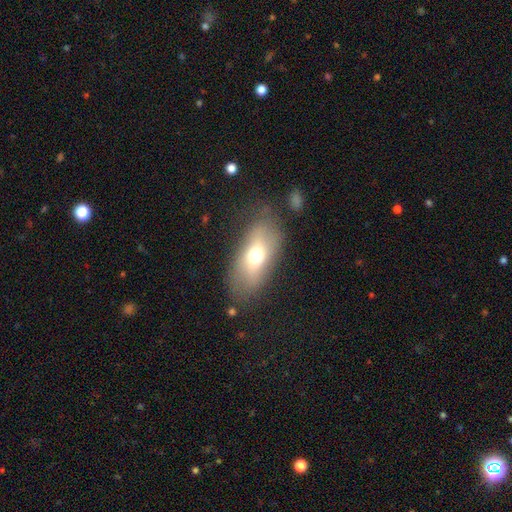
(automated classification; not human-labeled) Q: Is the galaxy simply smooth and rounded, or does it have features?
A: smooth — 64%.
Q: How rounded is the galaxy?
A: in between — 84%.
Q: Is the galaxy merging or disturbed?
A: none — 72%.